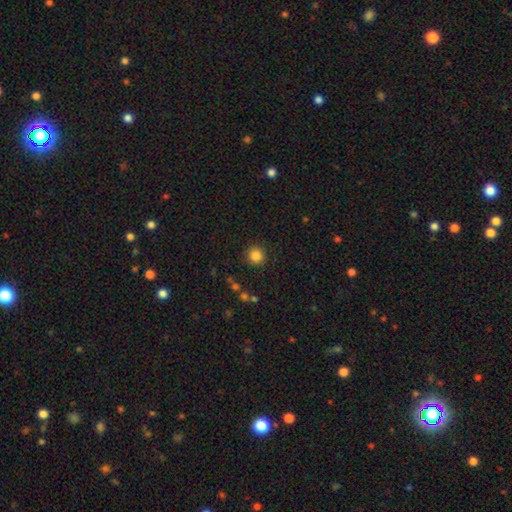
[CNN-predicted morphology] Smooth or featured? smooth (84%)
How rounded? round (93%)
Merging? none (90%)